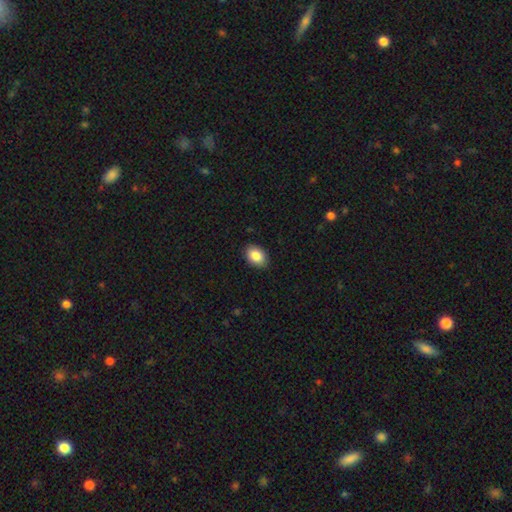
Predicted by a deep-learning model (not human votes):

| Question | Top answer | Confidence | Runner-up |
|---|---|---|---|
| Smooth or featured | smooth | 86% | star or artifact (7%) |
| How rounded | in between | 82% | round (17%) |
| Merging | none | 88% | minor disturbance (9%) |